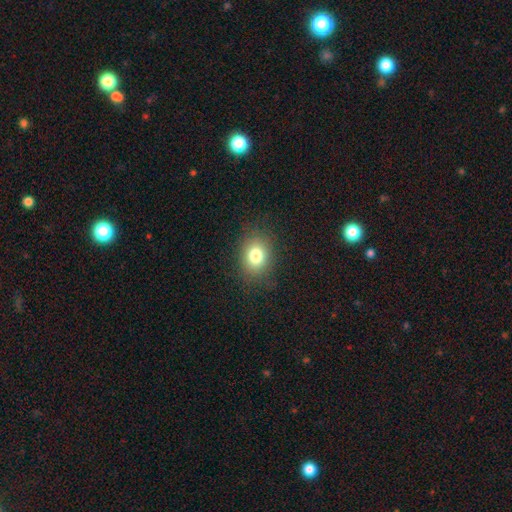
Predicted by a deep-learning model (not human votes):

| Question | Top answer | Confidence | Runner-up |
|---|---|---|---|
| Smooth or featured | smooth | 79% | star or artifact (12%) |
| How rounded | in between | 54% | round (45%) |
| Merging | none | 84% | minor disturbance (11%) |